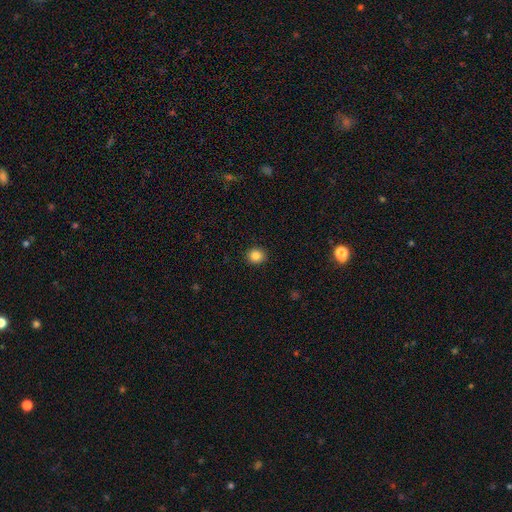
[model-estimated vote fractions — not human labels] Smooth or featured: smooth — 85% (star or artifact — 10%)
How rounded: round — 85% (in between — 15%)
Merging: none — 91% (minor disturbance — 6%)